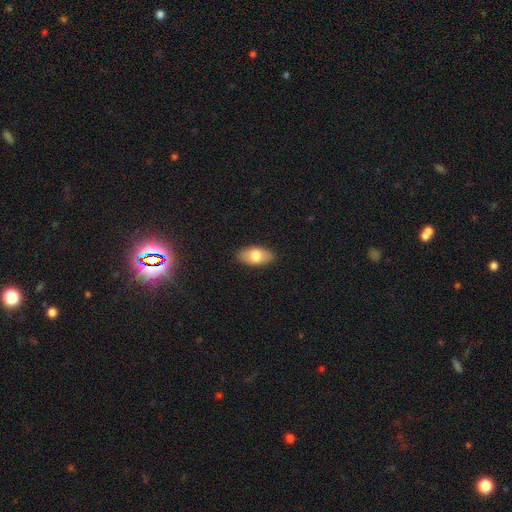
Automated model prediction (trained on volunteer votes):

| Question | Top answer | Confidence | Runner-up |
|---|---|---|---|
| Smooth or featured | smooth | 75% | featured or disk (18%) |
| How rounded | in between | 92% | round (4%) |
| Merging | none | 87% | minor disturbance (10%) |